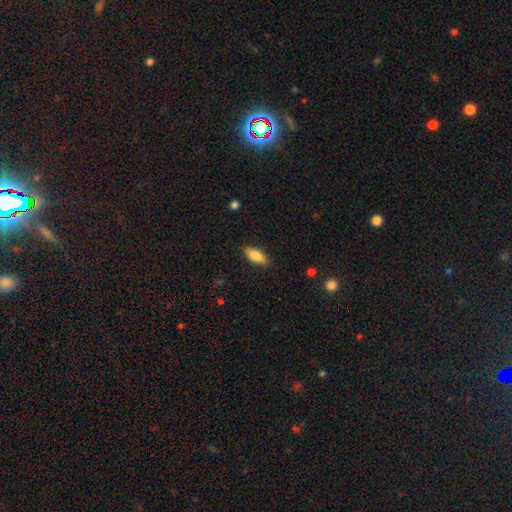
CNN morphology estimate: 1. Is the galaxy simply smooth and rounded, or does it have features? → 85% smooth, 9% featured or disk, 6% star or artifact.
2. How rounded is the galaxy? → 78% in between, 19% cigar-shaped, 2% round.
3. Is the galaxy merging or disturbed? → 87% none, 9% minor disturbance, 2% major disturbance, 1% merger.